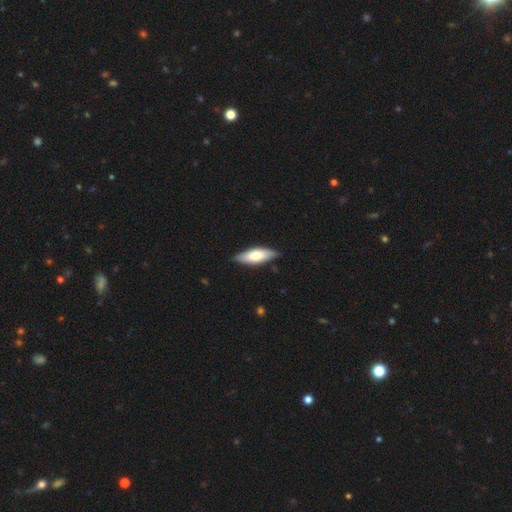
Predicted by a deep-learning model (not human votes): The model was most divided on "how rounded": in between: 64%, cigar-shaped: 34%, round: 2%. More confident: merging — none (84%); smooth or featured — smooth (69%).